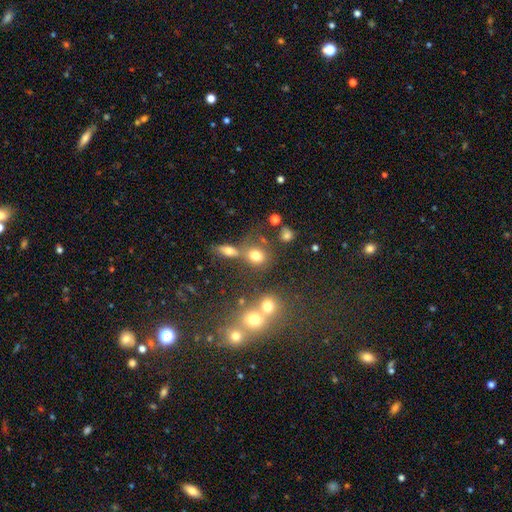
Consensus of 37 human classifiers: Smooth or featured: smooth — 73% (featured or disk — 19%)
How rounded: round — 59% (in between — 37%)
Merging: none — 47% (merger — 35%)